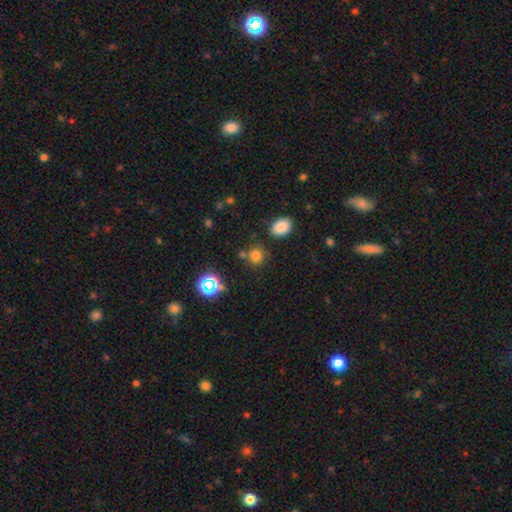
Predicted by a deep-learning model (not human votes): Smooth or featured: smooth — 73% (star or artifact — 20%)
How rounded: round — 84% (in between — 15%)
Merging: none — 74% (merger — 12%)